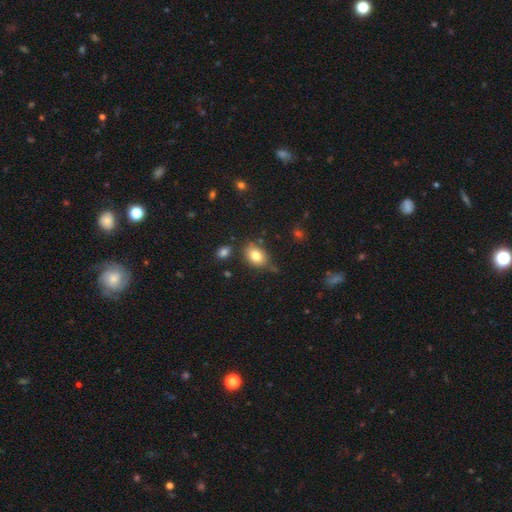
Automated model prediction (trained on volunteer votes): Morphology: type=smooth (80%); roundness=in between (79%); merging=none (73%).